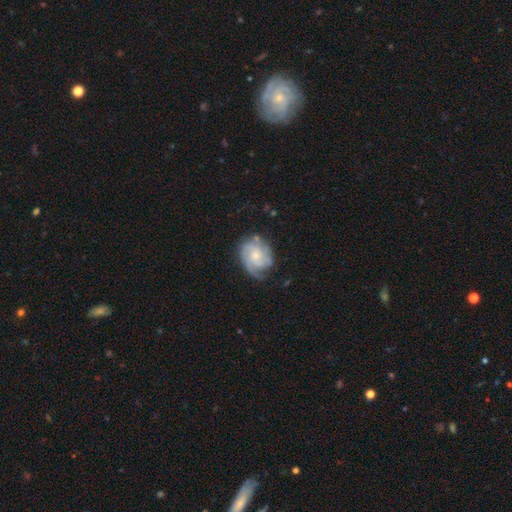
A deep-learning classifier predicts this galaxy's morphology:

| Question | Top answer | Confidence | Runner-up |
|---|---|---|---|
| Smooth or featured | featured or disk | 82% | smooth (13%) |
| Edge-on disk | no | 98% | yes (2%) |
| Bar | no | 72% | weak (25%) |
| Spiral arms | yes | 96% | no (4%) |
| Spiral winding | tight | 55% | medium (36%) |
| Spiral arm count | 3 | 38% | 2 (21%) |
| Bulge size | small | 58% | moderate (34%) |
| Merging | none | 68% | minor disturbance (21%) |